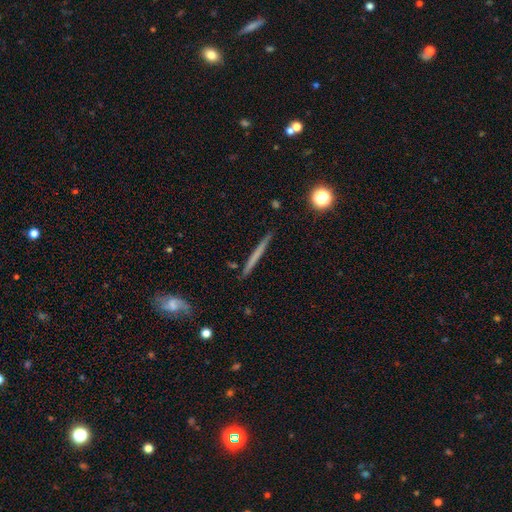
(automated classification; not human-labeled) Smooth or featured: smooth — 52% (featured or disk — 42%)
How rounded: cigar-shaped — 96% (round — 2%)
Merging: none — 90% (minor disturbance — 7%)